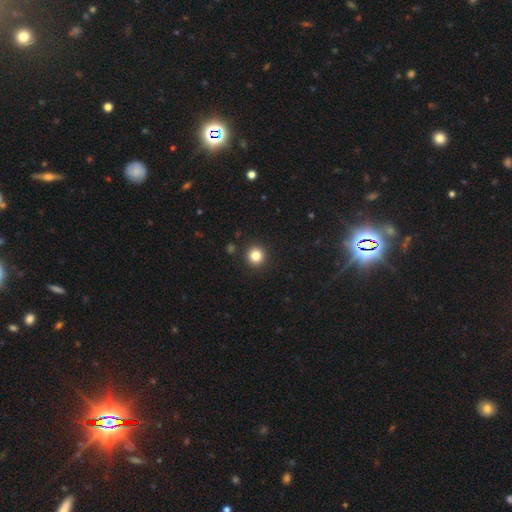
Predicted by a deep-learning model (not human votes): Morphology: type=smooth (82%); roundness=round (94%); merging=none (92%).